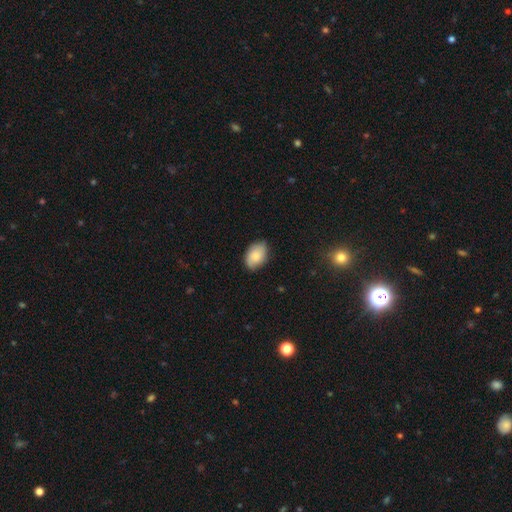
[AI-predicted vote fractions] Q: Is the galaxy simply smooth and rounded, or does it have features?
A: smooth — 75%.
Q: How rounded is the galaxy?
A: in between — 82%.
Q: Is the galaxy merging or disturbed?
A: none — 75%.